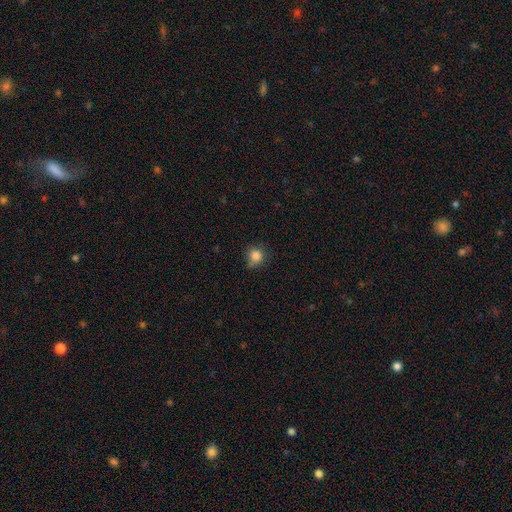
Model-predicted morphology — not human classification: This is clearly a smooth galaxy (83%). How rounded: clearly round (85%). Merging: likely none (64%).